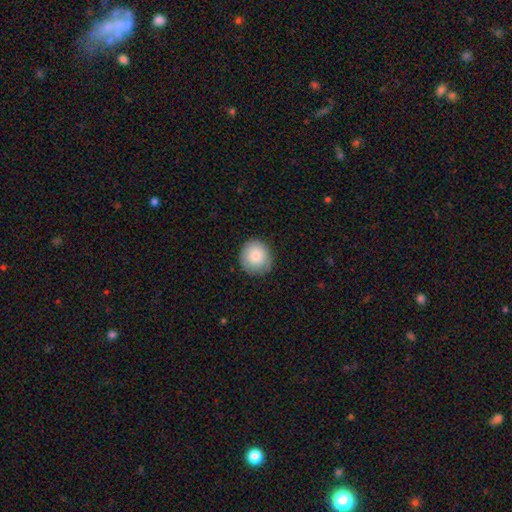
Smooth or featured: smooth — 82% (featured or disk — 13%)
How rounded: round — 100%
Merging: none — 86% (minor disturbance — 11%)